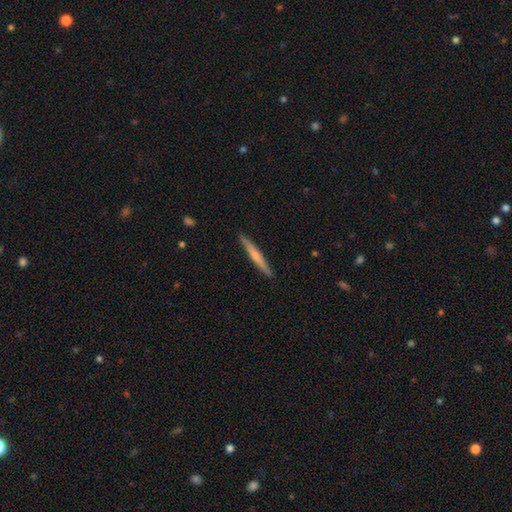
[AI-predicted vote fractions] A smooth galaxy with no disk features (51%) that is cigar-shaped (96%).

Vote fractions:
- Smooth or featured? smooth: 51% / featured or disk: 44% / star or artifact: 5%
- How rounded? cigar-shaped: 96% / in between: 2% / round: 1%
- Merging? none: 91% / minor disturbance: 7% / major disturbance: 1% / merger: 1%